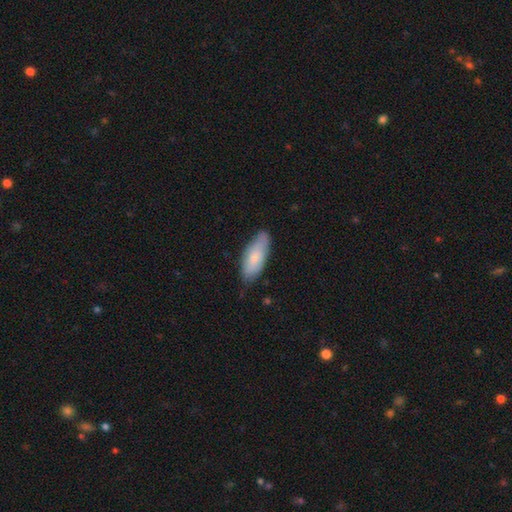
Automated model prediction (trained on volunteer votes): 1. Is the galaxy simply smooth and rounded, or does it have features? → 78% smooth, 16% featured or disk, 6% star or artifact.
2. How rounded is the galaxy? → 78% in between, 20% cigar-shaped, 2% round.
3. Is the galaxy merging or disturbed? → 72% none, 23% minor disturbance, 4% major disturbance, 1% merger.